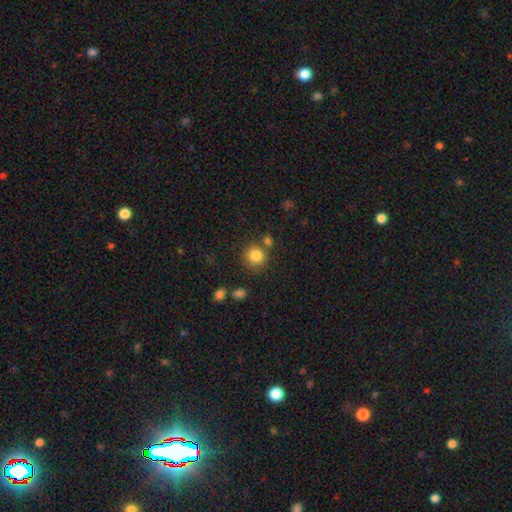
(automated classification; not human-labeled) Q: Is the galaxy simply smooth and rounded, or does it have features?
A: smooth — 84%.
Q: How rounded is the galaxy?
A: round — 90%.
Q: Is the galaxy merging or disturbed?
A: none — 74%.